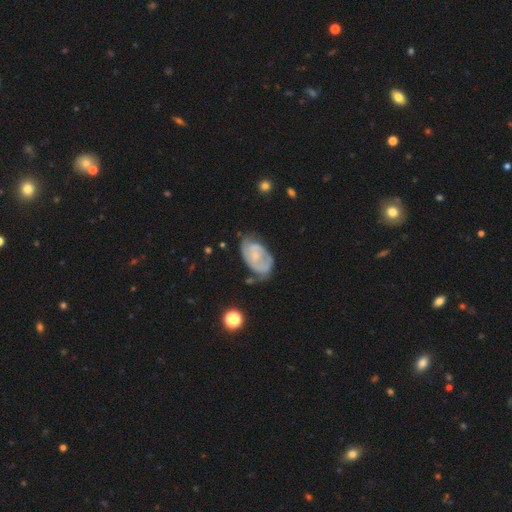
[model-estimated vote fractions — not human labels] Smooth or featured: featured or disk — 69% (smooth — 25%)
Edge-on disk: no — 96% (yes — 4%)
Bar: no — 61% (weak — 32%)
Spiral arms: yes — 74% (no — 26%)
Bulge size: small — 61% (moderate — 28%)
Merging: none — 47% (minor disturbance — 33%)